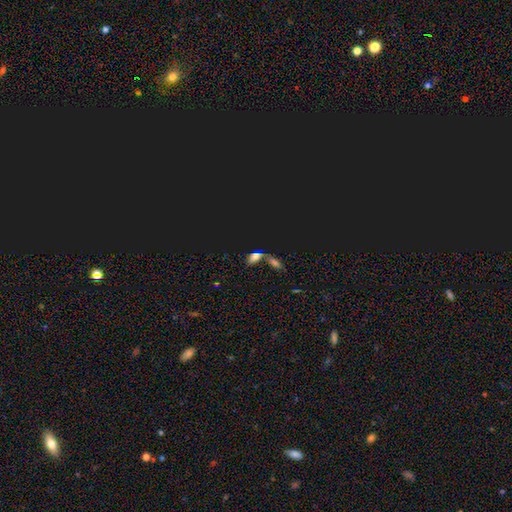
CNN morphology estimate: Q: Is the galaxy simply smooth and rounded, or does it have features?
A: star or artifact — 45%.